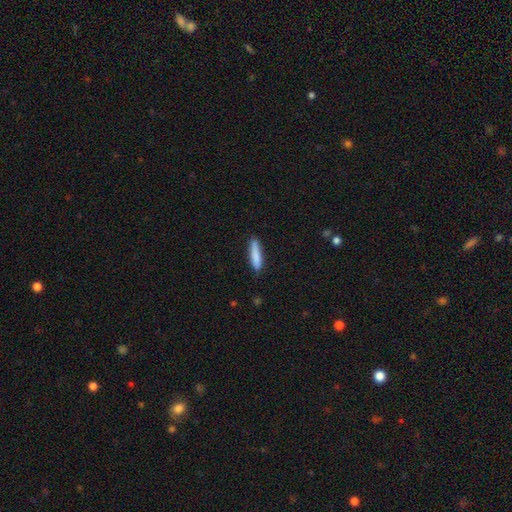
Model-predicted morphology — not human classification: Smooth or featured? Predicted: smooth (p=0.84). How rounded? Predicted: cigar-shaped (p=0.84). Merging? Predicted: none (p=0.83).